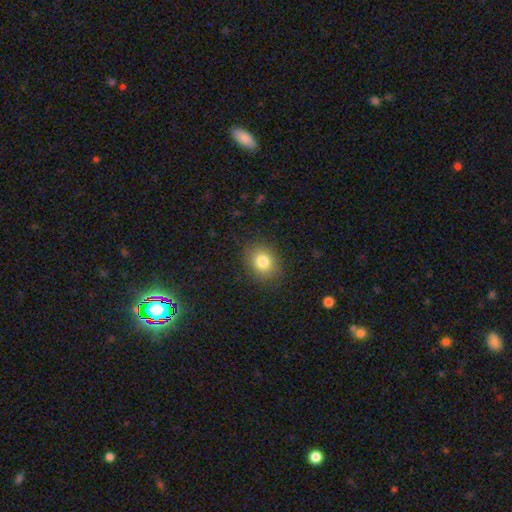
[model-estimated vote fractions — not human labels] Q: Smooth or featured?
A: smooth (70%); runner-up: star or artifact (22%)
Q: How rounded?
A: round (74%); runner-up: in between (25%)
Q: Merging?
A: none (91%); runner-up: minor disturbance (6%)